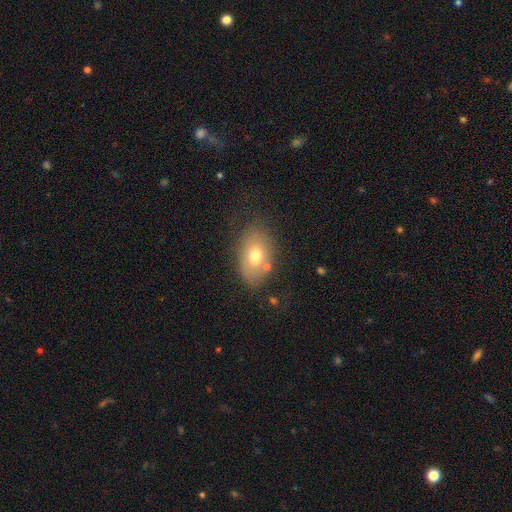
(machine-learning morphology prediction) Smooth or featured: smooth — 69% (featured or disk — 21%)
How rounded: in between — 84% (round — 14%)
Merging: none — 69% (minor disturbance — 17%)